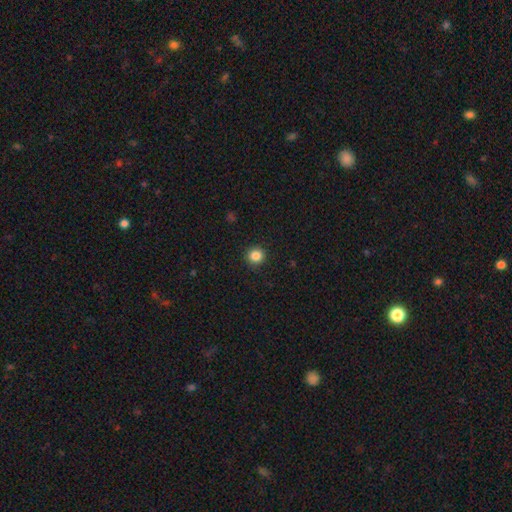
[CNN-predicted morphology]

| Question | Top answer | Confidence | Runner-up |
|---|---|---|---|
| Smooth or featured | smooth | 85% | star or artifact (11%) |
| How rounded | round | 94% | in between (5%) |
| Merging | none | 92% | minor disturbance (5%) |